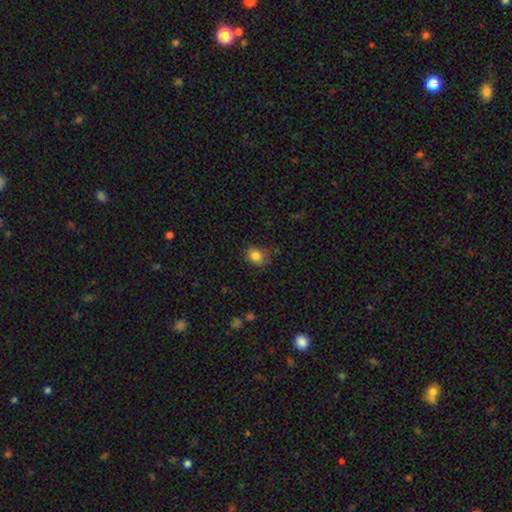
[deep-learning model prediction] Q: Smooth or featured?
A: smooth (83%); runner-up: star or artifact (10%)
Q: How rounded?
A: round (55%); runner-up: in between (44%)
Q: Merging?
A: none (75%); runner-up: minor disturbance (19%)